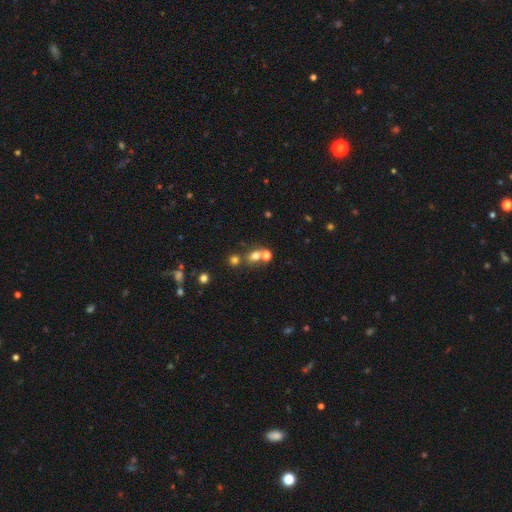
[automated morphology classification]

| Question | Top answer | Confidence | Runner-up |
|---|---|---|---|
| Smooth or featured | smooth | 68% | star or artifact (20%) |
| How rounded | round | 71% | in between (27%) |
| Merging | none | 48% | merger (40%) |